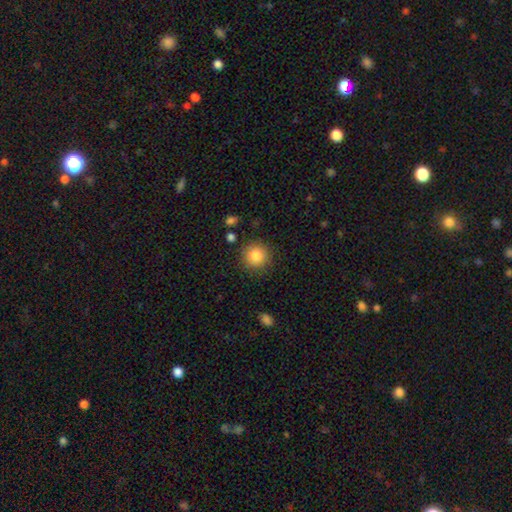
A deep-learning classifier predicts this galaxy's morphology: smooth-or-featured: smooth: 85% | star or artifact: 9% | featured or disk: 6%
  how-rounded: round: 93% | in between: 6% | cigar-shaped: 1%
  merging: none: 87% | minor disturbance: 9% | major disturbance: 3% | merger: 2%